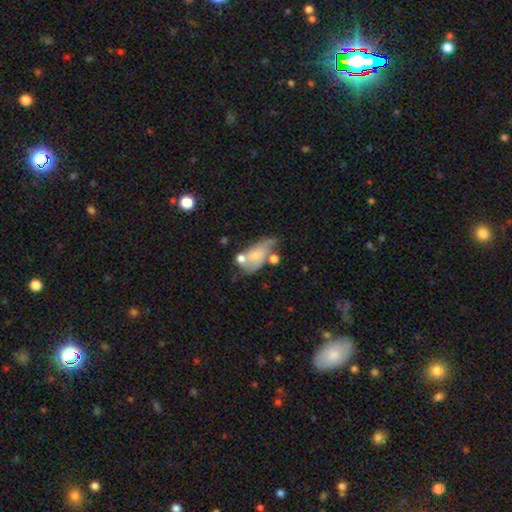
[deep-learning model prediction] Overall: featured or disk (48%; smooth 44%). Merging: none (27%; merger 26%).